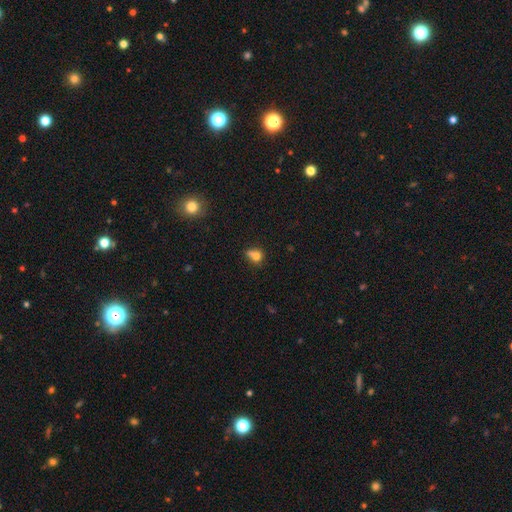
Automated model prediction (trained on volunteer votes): smooth 75%, star or artifact 13%, featured or disk 13%. Down the decision tree: how rounded — round (51%); merging — none (39%).